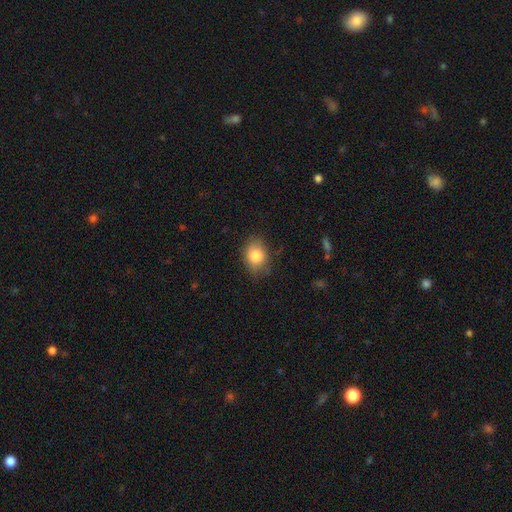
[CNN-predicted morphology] A smooth galaxy with no disk features (82%) that is in between round and cigar-shaped (61%). Merging: none (74%).